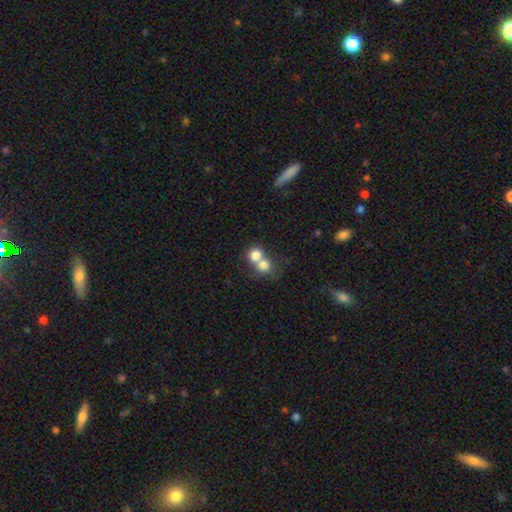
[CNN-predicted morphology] Smooth or featured? smooth (77%)
How rounded? round (79%)
Merging? merger (64%)